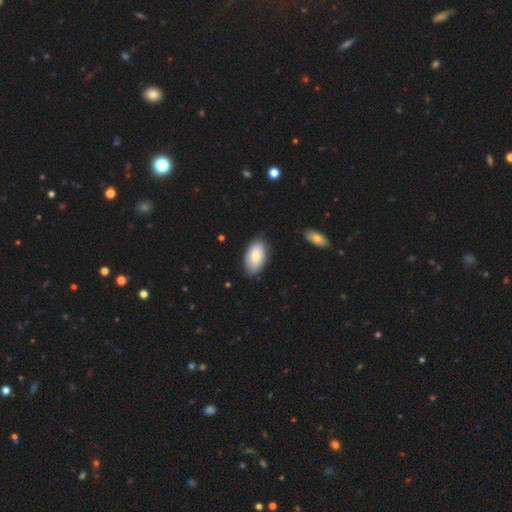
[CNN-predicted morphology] The model was most divided on "smooth or featured": smooth: 76%, featured or disk: 18%, star or artifact: 6%. More confident: how rounded — in between (94%); merging — none (83%).